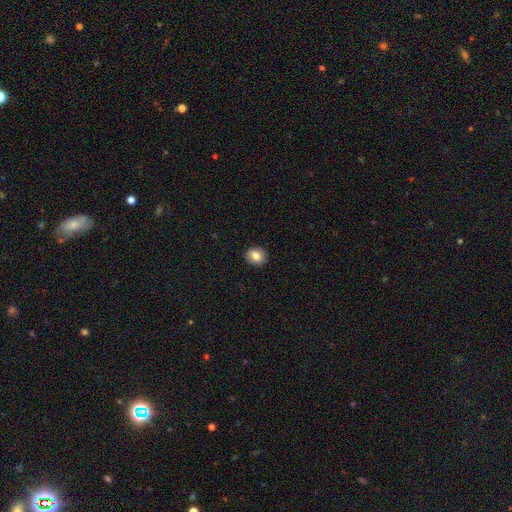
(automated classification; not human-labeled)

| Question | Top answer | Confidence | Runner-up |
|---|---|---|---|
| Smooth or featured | smooth | 79% | featured or disk (12%) |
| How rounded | round | 67% | in between (32%) |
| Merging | none | 89% | minor disturbance (8%) |